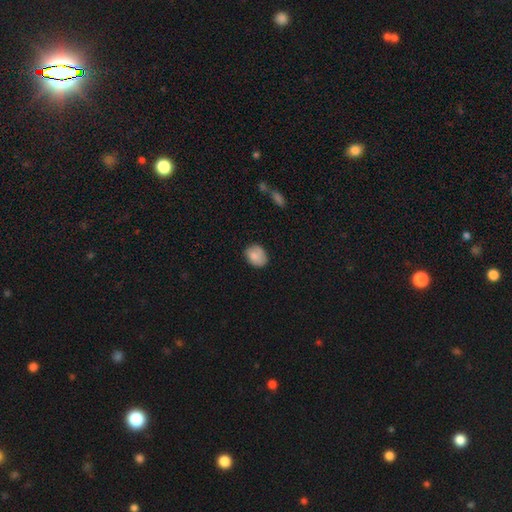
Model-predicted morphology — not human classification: Overall: smooth (84%). How rounded: in between (56%; round 43%). Merging: none (73%).